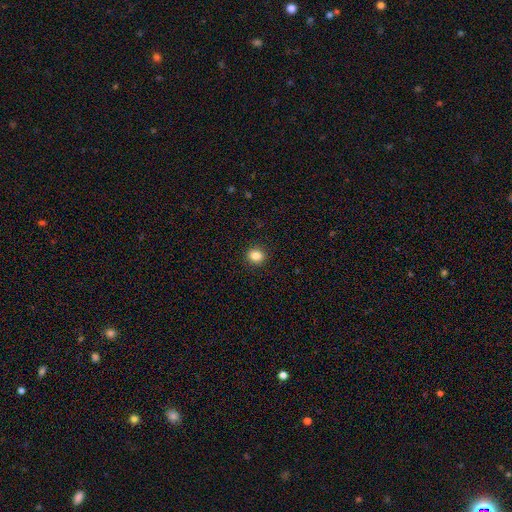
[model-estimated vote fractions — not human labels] Smooth or featured? Predicted: smooth (p=0.85). How rounded? Predicted: round (p=0.70). Merging? Predicted: none (p=0.91).